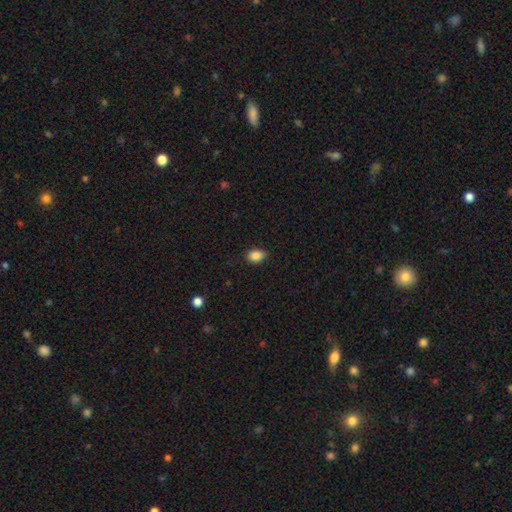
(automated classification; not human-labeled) A smooth galaxy with no disk features (88%) that is in between round and cigar-shaped (81%). Merging: none (84%).